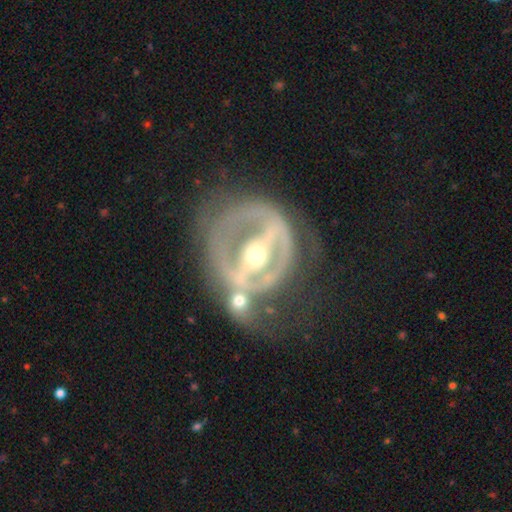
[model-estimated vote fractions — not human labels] Smooth or featured? featured or disk (80%)
Edge-on disk? no (94%)
Bar? strong (54%)
Spiral arms? no (57%)
Bulge size? moderate (61%)
Merging? none (36%)